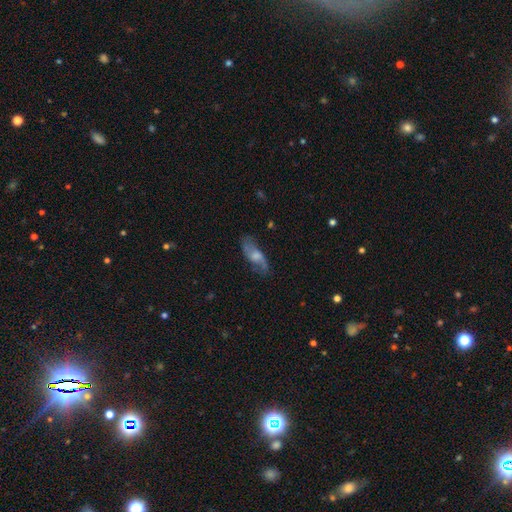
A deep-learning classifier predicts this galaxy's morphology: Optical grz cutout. It shows a featured or disk galaxy (53%). Merging: none (68%).